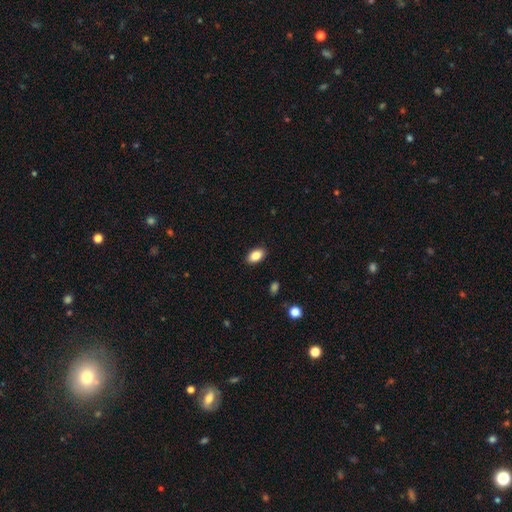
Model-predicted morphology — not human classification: smooth 86%, star or artifact 8%, featured or disk 6%. Down the decision tree: how rounded — in between (92%); merging — none (89%).